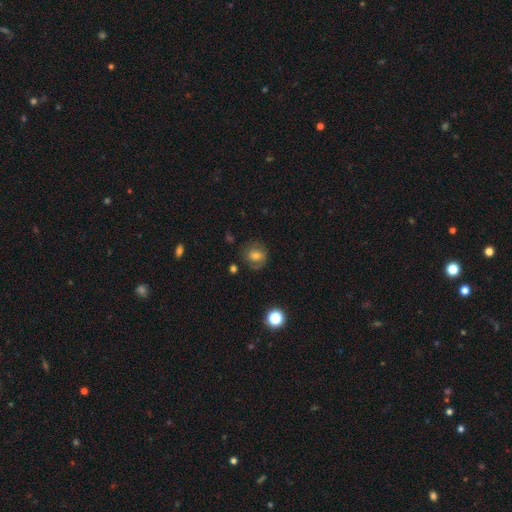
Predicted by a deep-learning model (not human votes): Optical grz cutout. It shows a smooth galaxy with no disk features (59%) that is round (76%). Merging: none (72%).